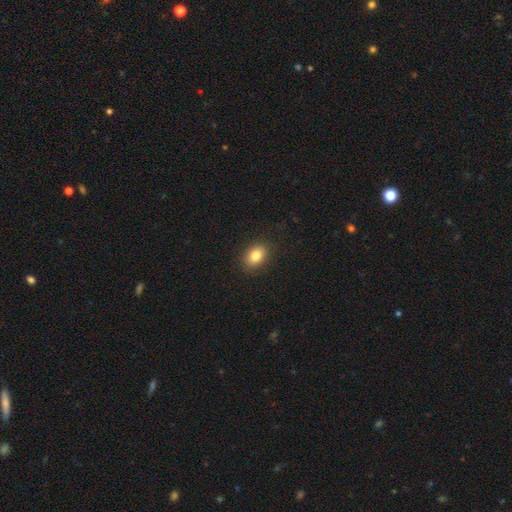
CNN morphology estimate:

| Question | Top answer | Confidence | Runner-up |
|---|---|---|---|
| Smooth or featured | smooth | 84% | star or artifact (9%) |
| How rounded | in between | 76% | round (23%) |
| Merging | none | 88% | minor disturbance (8%) |